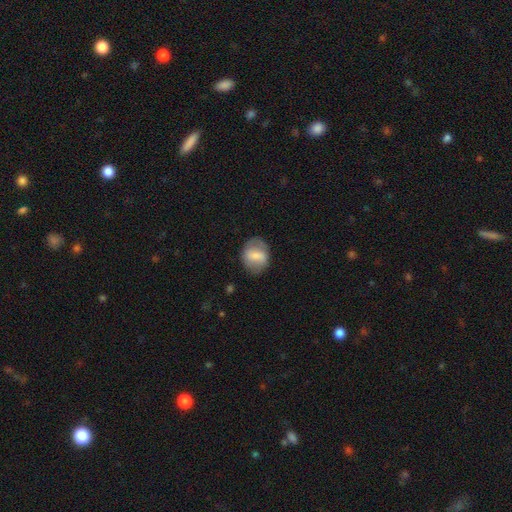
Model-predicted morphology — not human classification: A smooth galaxy with no disk features (59%) that is in between round and cigar-shaped (54%).

Vote fractions:
- Smooth or featured? smooth: 59% / featured or disk: 34% / star or artifact: 7%
- How rounded? in between: 54% / round: 45% / cigar-shaped: 2%
- Merging? none: 72% / minor disturbance: 19% / major disturbance: 8% / merger: 1%